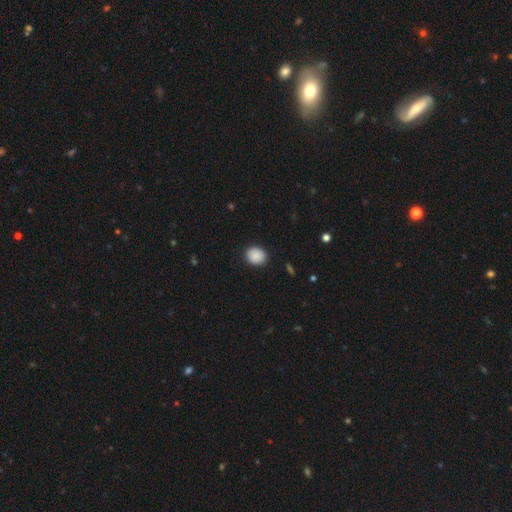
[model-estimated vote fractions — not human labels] This is clearly a smooth galaxy (89%). How rounded: likely round (70%). Merging: clearly none (90%).